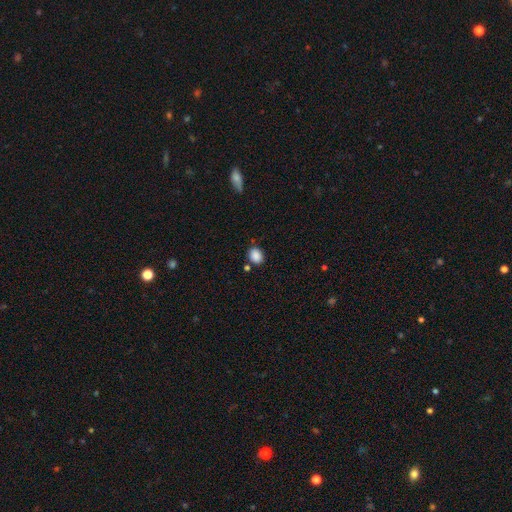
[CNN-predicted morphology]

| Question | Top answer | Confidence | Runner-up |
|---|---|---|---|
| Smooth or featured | smooth | 87% | star or artifact (9%) |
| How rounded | in between | 56% | round (43%) |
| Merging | none | 79% | minor disturbance (12%) |